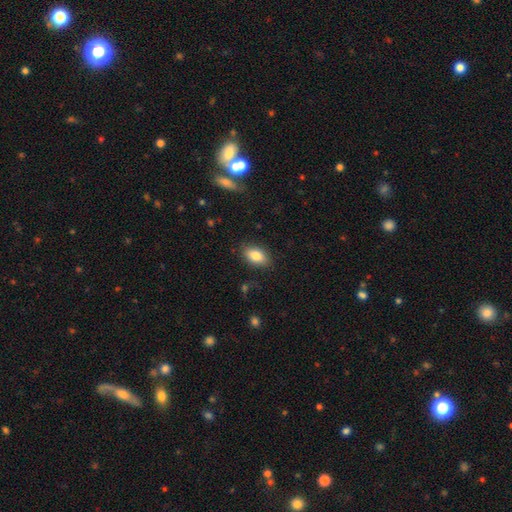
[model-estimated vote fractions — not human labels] Smooth or featured: smooth — 83% (featured or disk — 9%)
How rounded: in between — 89% (round — 8%)
Merging: none — 85% (minor disturbance — 11%)